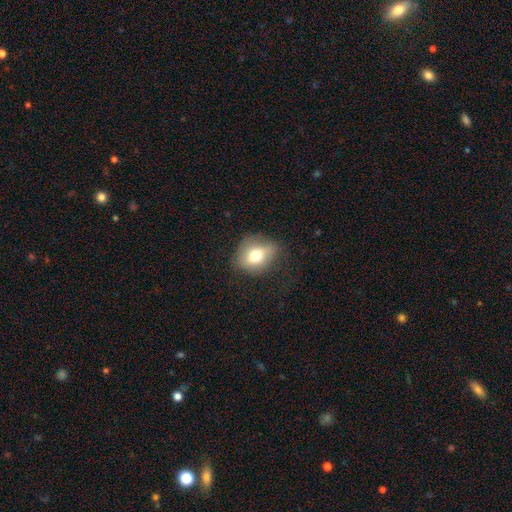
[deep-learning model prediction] Q: Smooth or featured?
A: smooth (68%); runner-up: featured or disk (23%)
Q: How rounded?
A: round (51%); runner-up: in between (48%)
Q: Merging?
A: none (70%); runner-up: minor disturbance (21%)